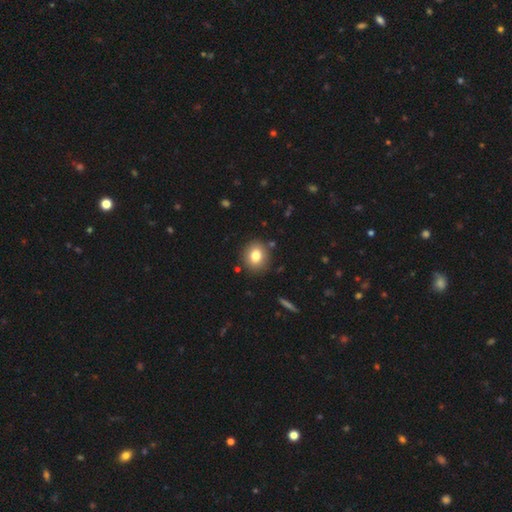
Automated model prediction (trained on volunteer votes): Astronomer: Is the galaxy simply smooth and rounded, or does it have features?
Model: smooth — 78%.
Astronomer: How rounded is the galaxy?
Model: round — 76%.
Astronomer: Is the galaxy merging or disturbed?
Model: none — 88%.